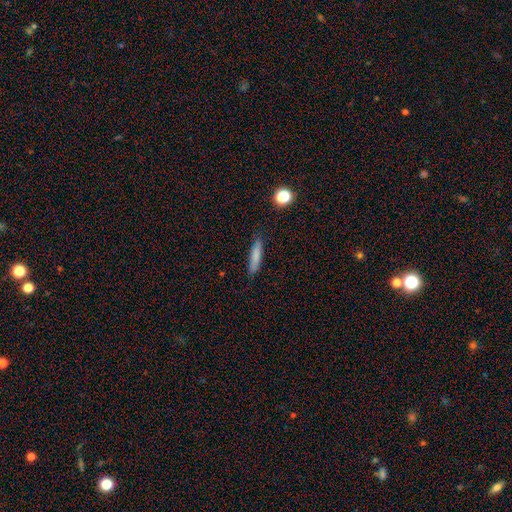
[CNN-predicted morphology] Q: Smooth or featured?
A: smooth (78%); runner-up: featured or disk (14%)
Q: How rounded?
A: cigar-shaped (87%); runner-up: in between (11%)
Q: Merging?
A: none (85%); runner-up: minor disturbance (11%)